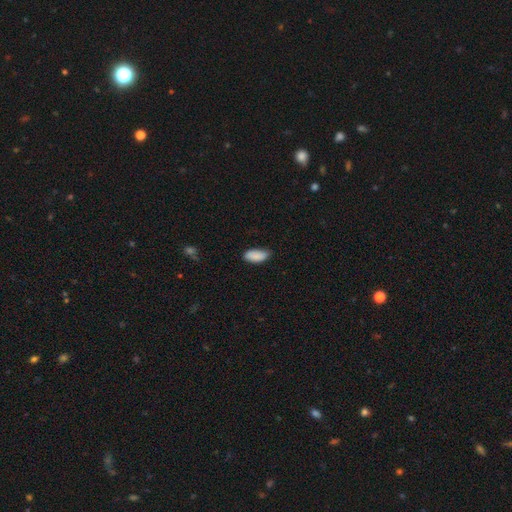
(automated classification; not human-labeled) Morphology: type=smooth (89%); roundness=in between (90%); merging=none (76%).